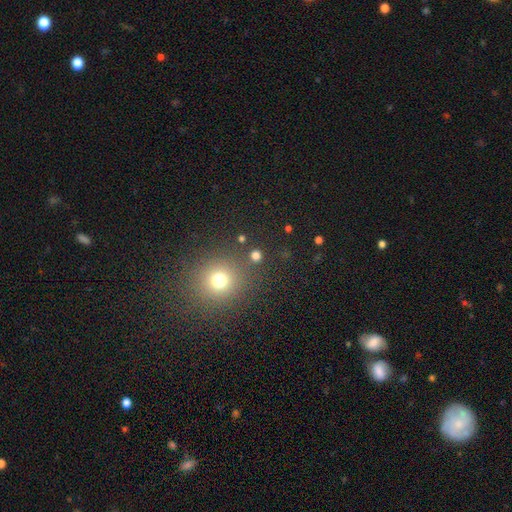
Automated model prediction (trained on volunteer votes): Smooth or featured: smooth — 73% (star or artifact — 22%)
How rounded: round — 91% (in between — 8%)
Merging: none — 83% (merger — 7%)